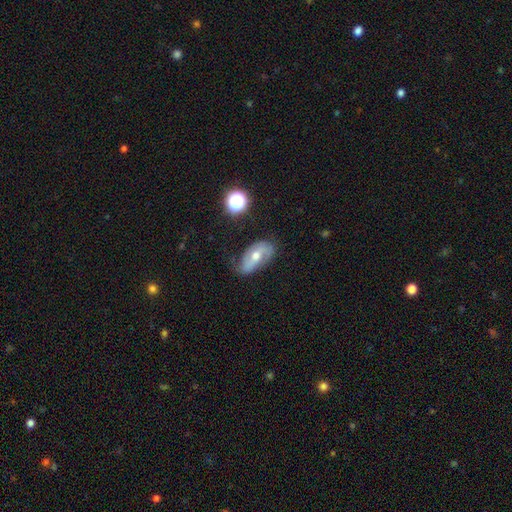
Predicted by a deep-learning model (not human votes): featured or disk 59%, smooth 31%, star or artifact 10%. Down the decision tree: edge-on disk — no (91%); bar — no (45%); spiral arms — yes (79%); bulge size — moderate (65%); merging — none (63%).